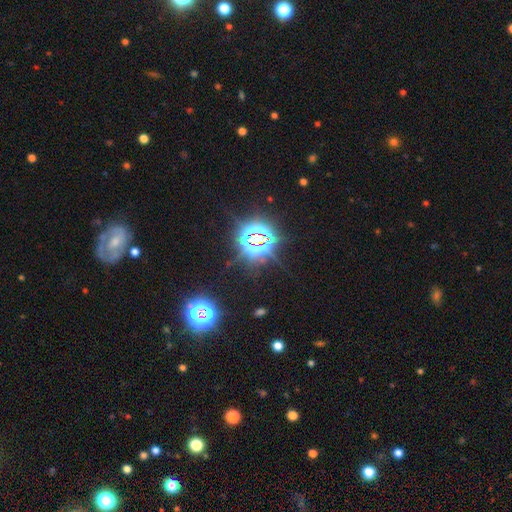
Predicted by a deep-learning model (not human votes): A star or artifact, not a galaxy (79%).

Vote fractions:
- Smooth or featured? star or artifact: 79% / smooth: 12% / featured or disk: 9%